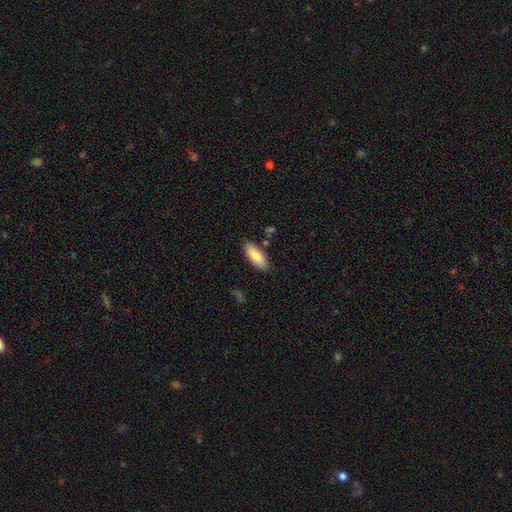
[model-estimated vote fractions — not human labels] This appears to be a smooth galaxy with no disk features (82%) that is in between round and cigar-shaped (77%). Merging: none (84%).